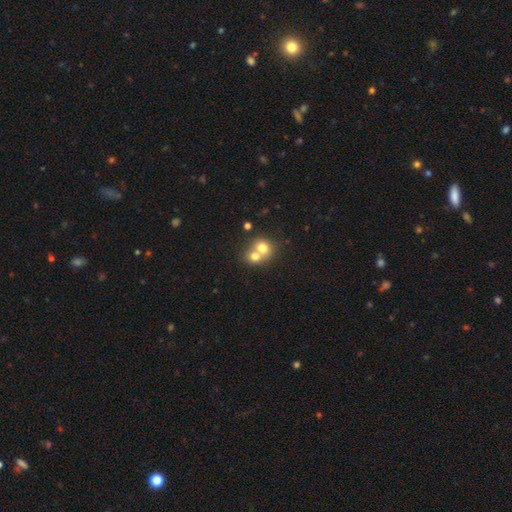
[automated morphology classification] smooth 71%, featured or disk 18%, star or artifact 10%. Down the decision tree: how rounded — round (73%); merging — merger (65%).